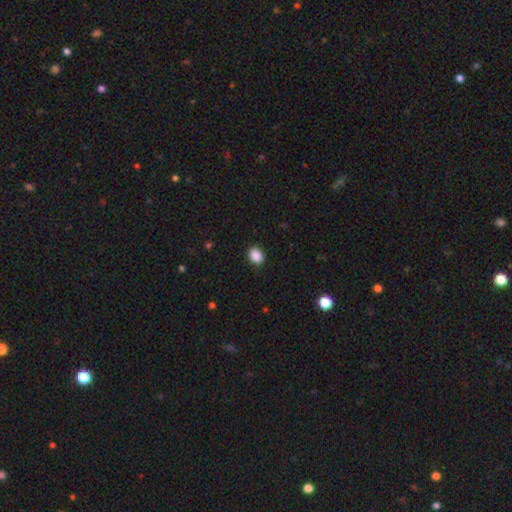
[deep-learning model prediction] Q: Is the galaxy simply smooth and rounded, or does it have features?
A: smooth — 89%.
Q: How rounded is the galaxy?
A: in between — 65%.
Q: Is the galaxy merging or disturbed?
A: none — 88%.